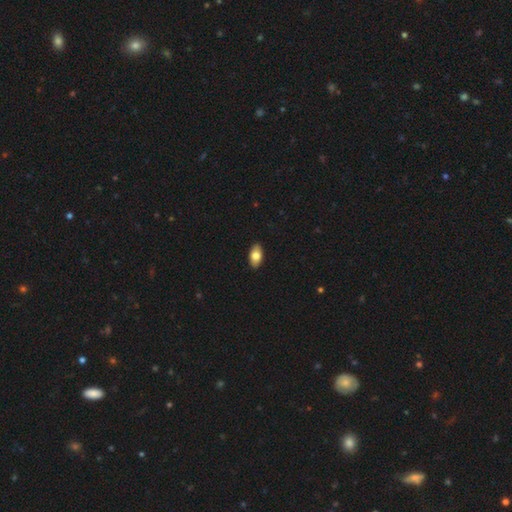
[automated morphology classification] Smooth or featured?
  - smooth: 80% *
  - featured or disk: 13%
  - star or artifact: 6%
How rounded?
  - in between: 93% *
  - cigar-shaped: 4%
  - round: 3%
Merging?
  - none: 91% *
  - minor disturbance: 7%
  - major disturbance: 1%
  - merger: 1%